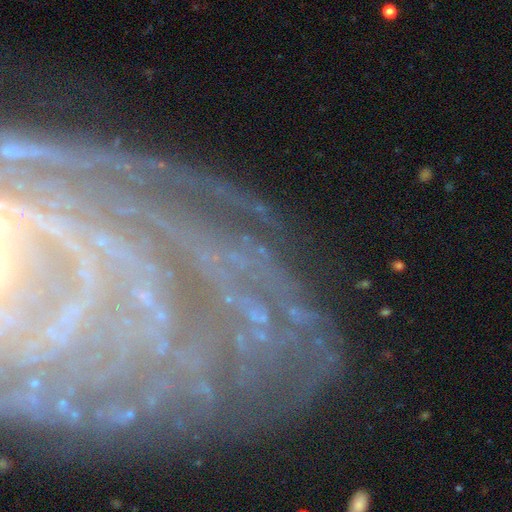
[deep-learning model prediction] This is possibly a featured or disk galaxy (50%). Merging: likely none (71%).